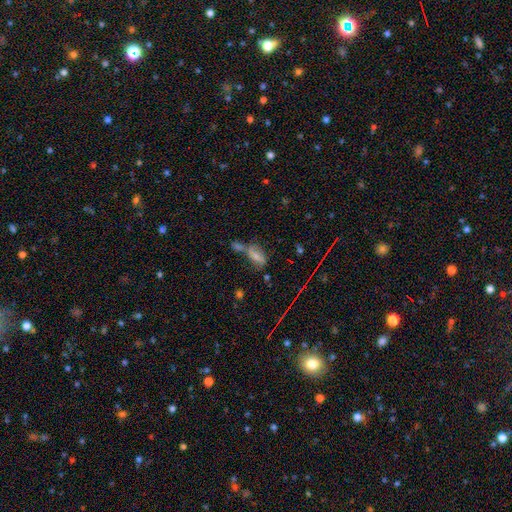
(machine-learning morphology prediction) Smooth or featured? smooth (55%)
How rounded? in between (76%)
Merging? merger (45%)